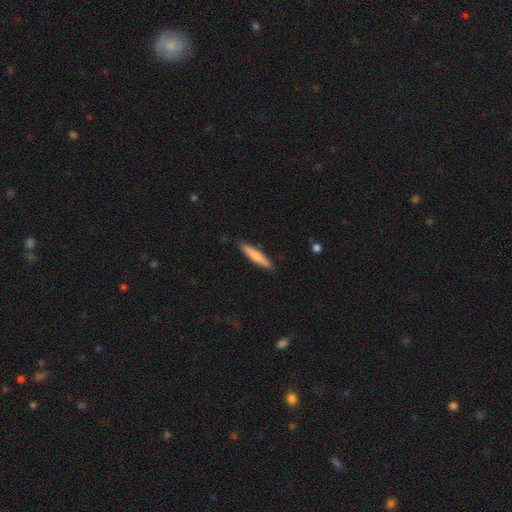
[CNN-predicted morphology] type=smooth (76%); roundness=cigar-shaped (91%); merging=none (89%).